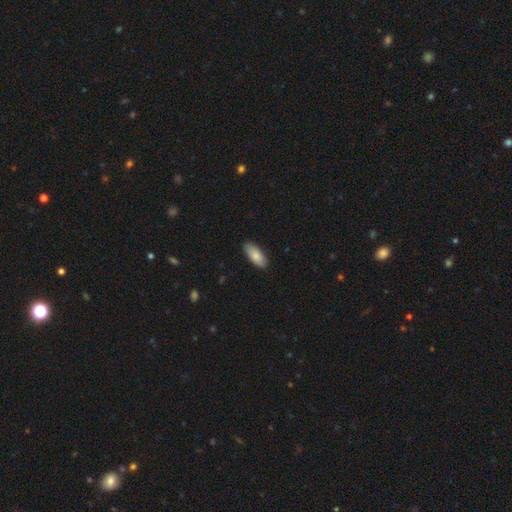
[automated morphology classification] smooth 84%, featured or disk 11%, star or artifact 6%. Down the decision tree: how rounded — in between (86%); merging — none (88%).